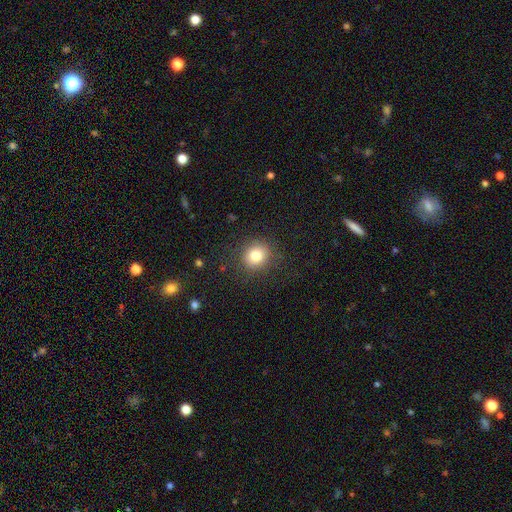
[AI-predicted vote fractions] Smooth or featured? Predicted: smooth (p=0.80). How rounded? Predicted: round (p=0.86). Merging? Predicted: none (p=0.87).